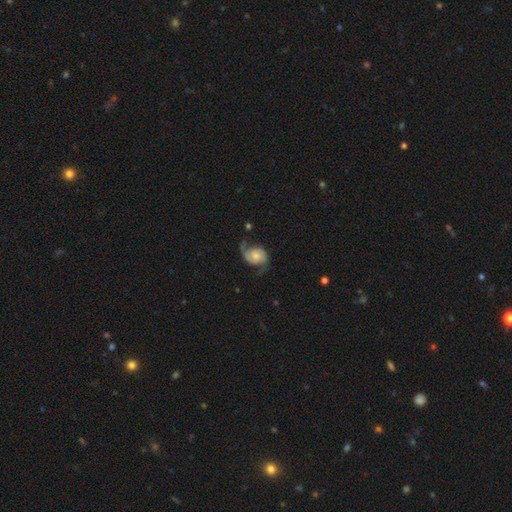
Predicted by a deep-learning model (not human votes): A featured or disk galaxy (79%) with no bar (74%), 2 (84%) loose (45%) spiral arms (95%) and a small central bulge (47%).

Vote fractions:
- Smooth or featured? featured or disk: 79% / smooth: 15% / star or artifact: 6%
- Edge-on disk? no: 98% / yes: 2%
- Bar? no: 74% / weak: 21% / strong: 5%
- Spiral arms? yes: 95% / no: 5%
- Spiral winding? loose: 45% / medium: 38% / tight: 17%
- Spiral arm count? 2: 84% / 1: 9% / can't tell: 3% / 3: 1% / 4: 1% / more than 4: 1%
- Bulge size? small: 47% / moderate: 39% / none: 6% / large: 6% / dominant: 2%
- Merging? none: 58% / minor disturbance: 22% / major disturbance: 18% / merger: 2%